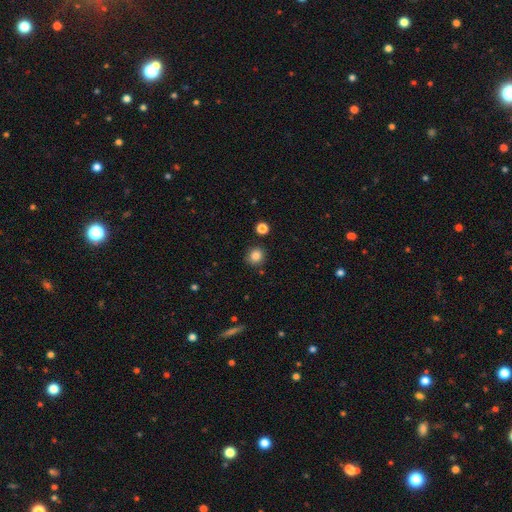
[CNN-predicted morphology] Smooth or featured?
  - smooth: 84% *
  - star or artifact: 11%
  - featured or disk: 5%
How rounded?
  - round: 86% *
  - in between: 13%
  - cigar-shaped: 1%
Merging?
  - none: 86% *
  - minor disturbance: 9%
  - merger: 3%
  - major disturbance: 2%